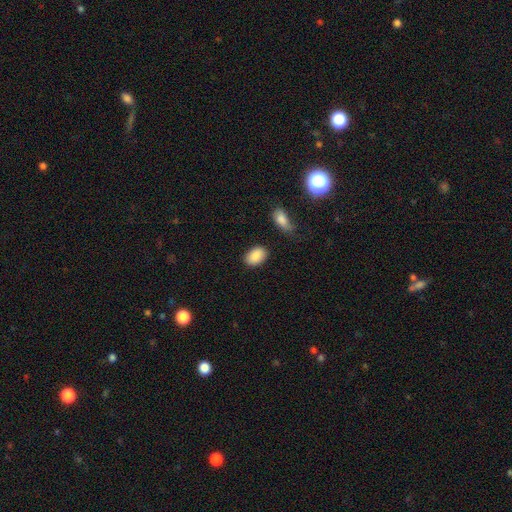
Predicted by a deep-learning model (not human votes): smooth-or-featured: smooth: 88% | star or artifact: 7% | featured or disk: 5%
  how-rounded: in between: 88% | round: 11% | cigar-shaped: 1%
  merging: none: 83% | minor disturbance: 11% | major disturbance: 3% | merger: 3%